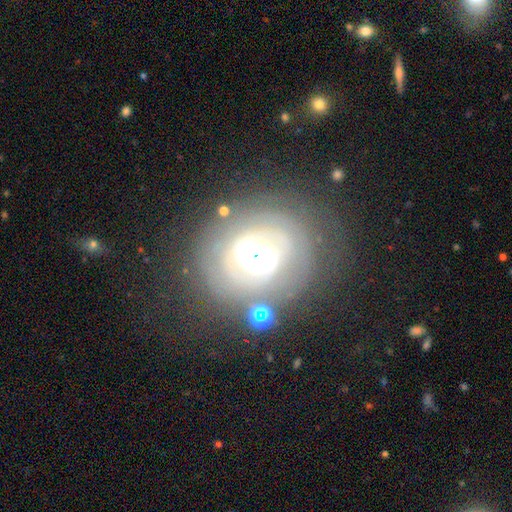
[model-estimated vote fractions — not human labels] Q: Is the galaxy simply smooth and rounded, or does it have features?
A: featured or disk — 70%.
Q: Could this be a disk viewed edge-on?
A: no — 95%.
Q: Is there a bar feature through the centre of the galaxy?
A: no — 34%.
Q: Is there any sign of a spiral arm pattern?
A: yes — 60%.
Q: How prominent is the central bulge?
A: large — 43%.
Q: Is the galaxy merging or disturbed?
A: none — 71%.